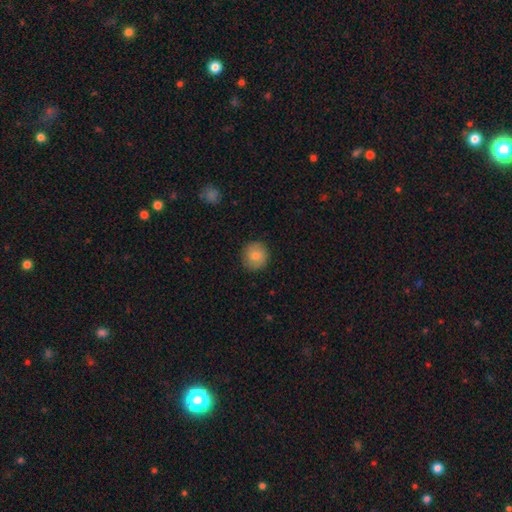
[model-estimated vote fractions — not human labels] Overall: smooth (82%). How rounded: round (92%). Merging: none (88%).